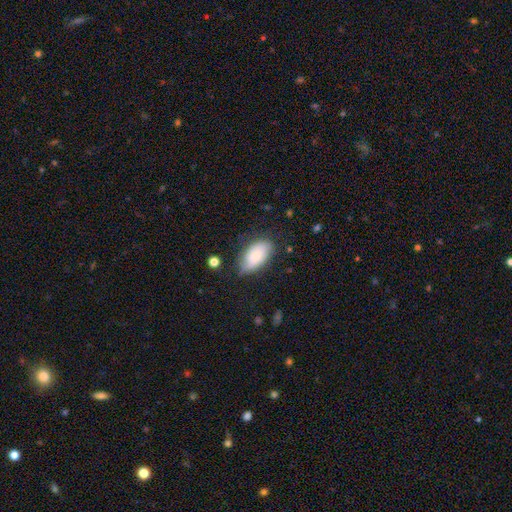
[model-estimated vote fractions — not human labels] smooth-or-featured: smooth: 73% | featured or disk: 20% | star or artifact: 7%
  how-rounded: in between: 94% | round: 4% | cigar-shaped: 3%
  merging: none: 68% | minor disturbance: 24% | major disturbance: 6% | merger: 2%